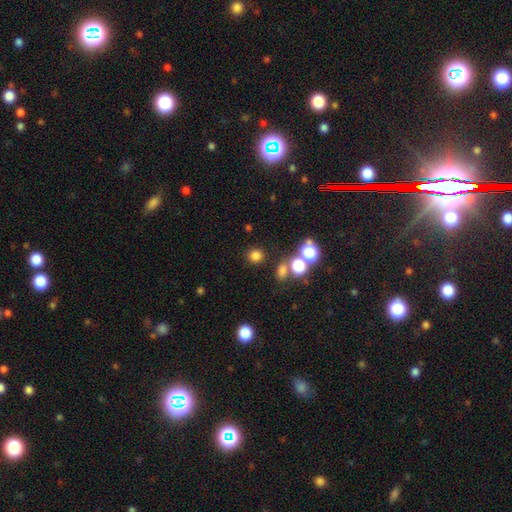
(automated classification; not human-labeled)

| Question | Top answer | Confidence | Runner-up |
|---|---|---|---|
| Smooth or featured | smooth | 75% | star or artifact (19%) |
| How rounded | round | 88% | in between (11%) |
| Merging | none | 81% | merger (9%) |